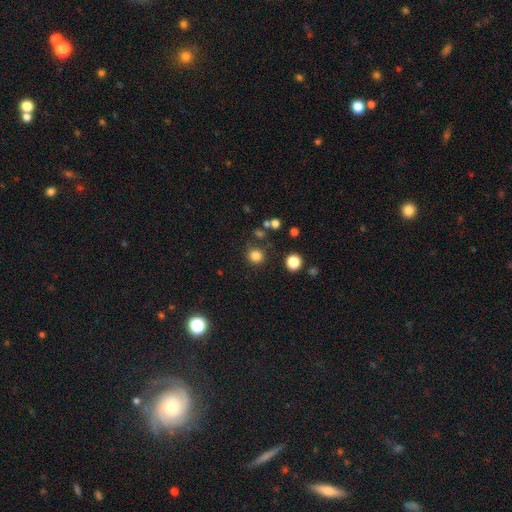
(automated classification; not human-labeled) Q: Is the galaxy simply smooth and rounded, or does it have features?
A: smooth — 81%.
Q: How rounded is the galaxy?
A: round — 92%.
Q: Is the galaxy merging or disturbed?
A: none — 85%.